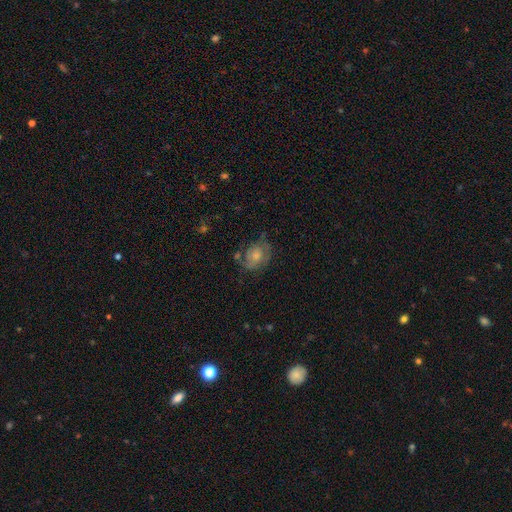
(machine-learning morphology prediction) The model was most divided on "smooth or featured": smooth: 51%, featured or disk: 40%, star or artifact: 9%. More confident: how rounded — in between (61%); merging — none (50%).